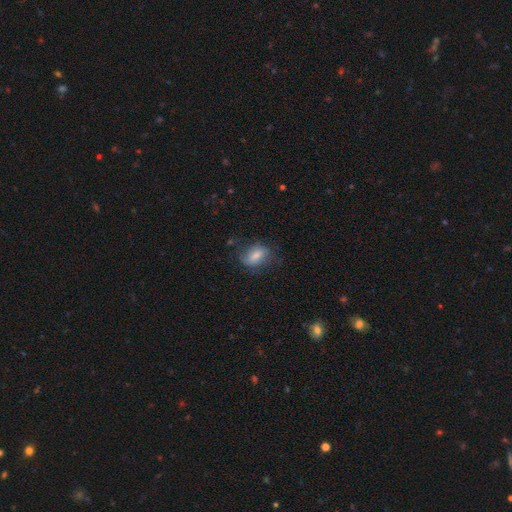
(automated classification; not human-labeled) smooth-or-featured: smooth: 66% | featured or disk: 26% | star or artifact: 8%
  how-rounded: in between: 80% | round: 17% | cigar-shaped: 3%
  merging: none: 62% | minor disturbance: 25% | major disturbance: 12% | merger: 2%